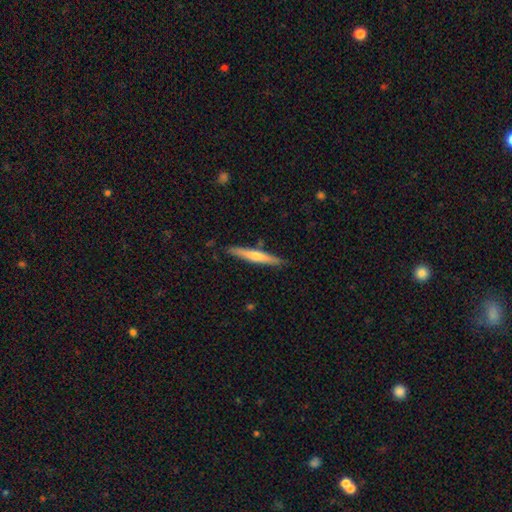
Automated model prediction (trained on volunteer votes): Morphology: type=featured or disk (48%); merging=none (89%).